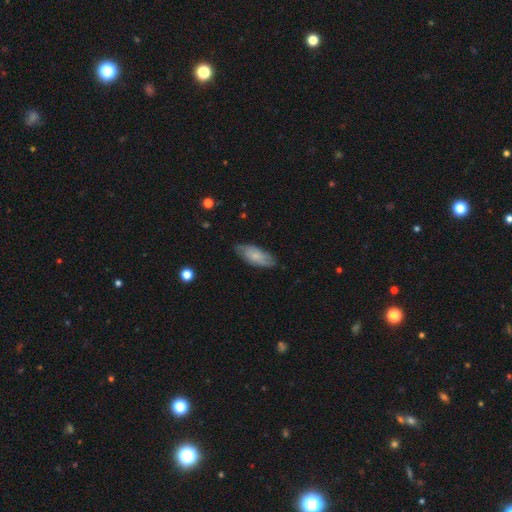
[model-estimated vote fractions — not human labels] smooth-or-featured: smooth: 62% | featured or disk: 32% | star or artifact: 6%
  how-rounded: in between: 83% | cigar-shaped: 15% | round: 2%
  merging: none: 75% | minor disturbance: 20% | major disturbance: 3% | merger: 1%